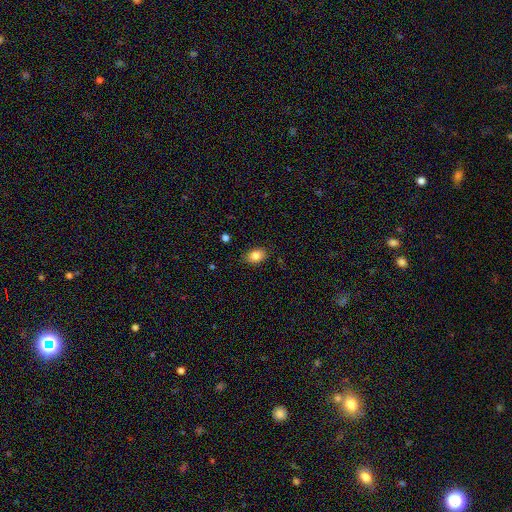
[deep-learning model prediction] A smooth galaxy with no disk features (85%) that is in between round and cigar-shaped (78%). Merging: none (85%).